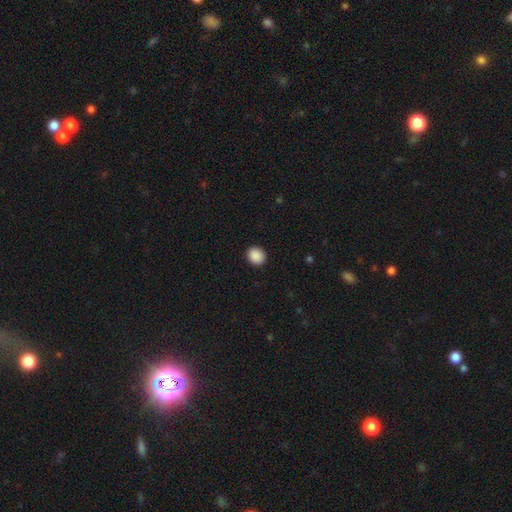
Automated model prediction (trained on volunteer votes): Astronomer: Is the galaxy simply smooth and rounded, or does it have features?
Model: smooth — 90%.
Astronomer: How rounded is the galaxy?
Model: round — 76%.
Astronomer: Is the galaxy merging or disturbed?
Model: none — 92%.